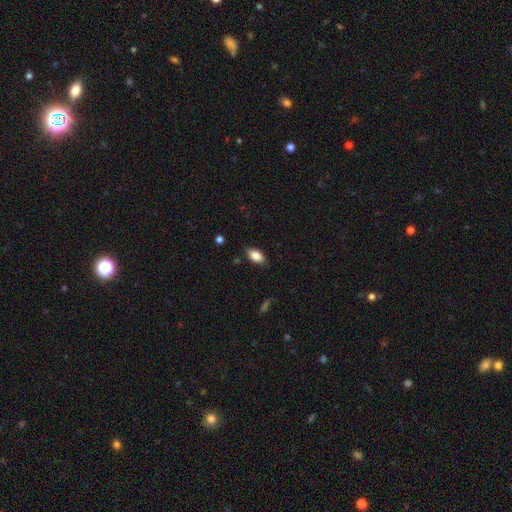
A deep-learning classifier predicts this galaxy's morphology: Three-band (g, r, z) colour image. It shows a smooth galaxy with no disk features (85%) that is in between round and cigar-shaped (91%). Merging: none (83%).